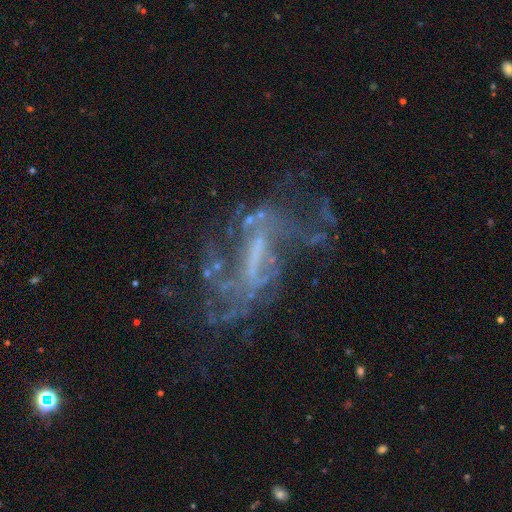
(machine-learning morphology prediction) Smooth or featured: featured or disk — 76% (star or artifact — 15%)
Edge-on disk: no — 93% (yes — 7%)
Bar: weak — 36% (strong — 35%)
Spiral arms: yes — 60% (no — 40%)
Bulge size: none — 51% (small — 26%)
Merging: none — 42% (major disturbance — 35%)